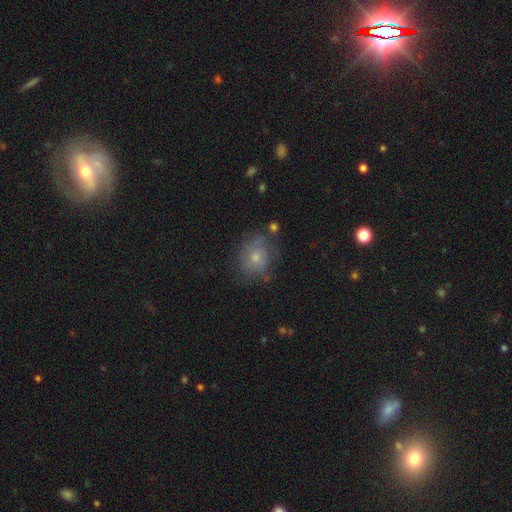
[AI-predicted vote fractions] A smooth galaxy with no disk features (47%).

Vote fractions:
- Smooth or featured? smooth: 47% / featured or disk: 34% / star or artifact: 18%
- Merging? none: 68% / minor disturbance: 20% / major disturbance: 9% / merger: 3%